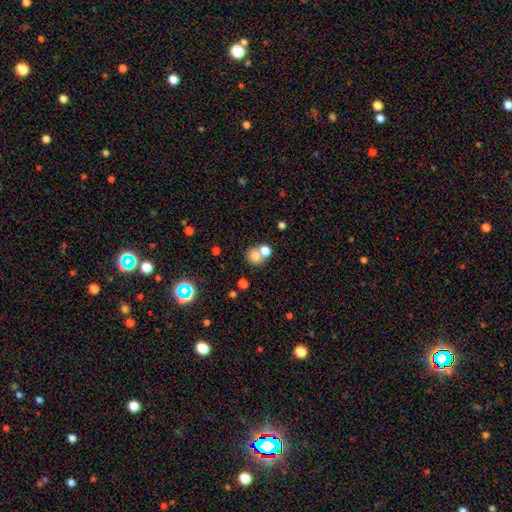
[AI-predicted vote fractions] smooth_or_featured: smooth (p=0.75) [alt: star or artifact p=0.14]
how_rounded: round (p=0.79) [alt: in between p=0.20]
merging: none (p=0.49) [alt: merger p=0.38]